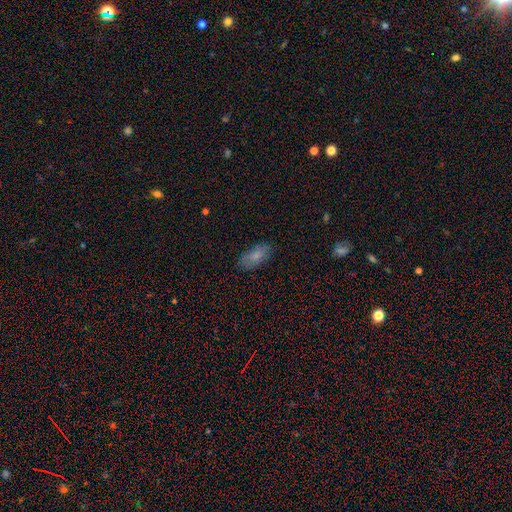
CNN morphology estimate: smooth-or-featured: smooth: 80% | featured or disk: 13% | star or artifact: 8%
  how-rounded: in between: 87% | cigar-shaped: 11% | round: 3%
  merging: none: 82% | minor disturbance: 14% | major disturbance: 3% | merger: 1%